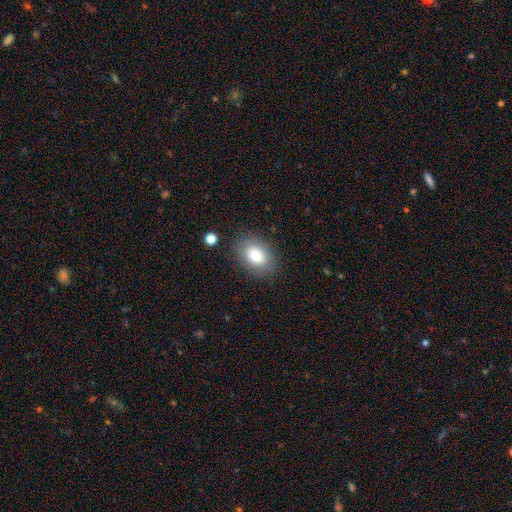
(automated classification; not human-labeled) Smooth or featured: smooth — 80% (featured or disk — 12%)
How rounded: in between — 78% (round — 21%)
Merging: none — 82% (minor disturbance — 12%)